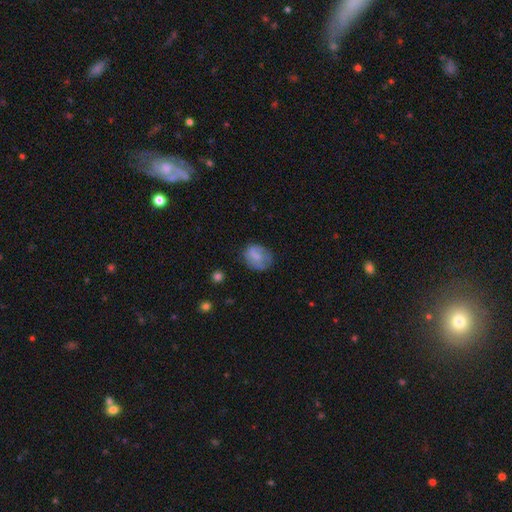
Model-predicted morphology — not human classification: A smooth galaxy with no disk features (61%) that is round (55%).

Vote fractions:
- Smooth or featured? smooth: 61% / featured or disk: 31% / star or artifact: 8%
- How rounded? round: 55% / in between: 44% / cigar-shaped: 1%
- Merging? none: 63% / minor disturbance: 24% / major disturbance: 12% / merger: 2%